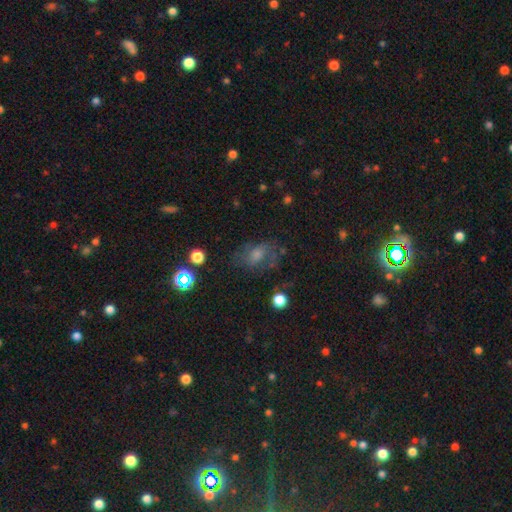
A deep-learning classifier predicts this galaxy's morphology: This appears to be a featured or disk galaxy (41%). Merging: none (61%).